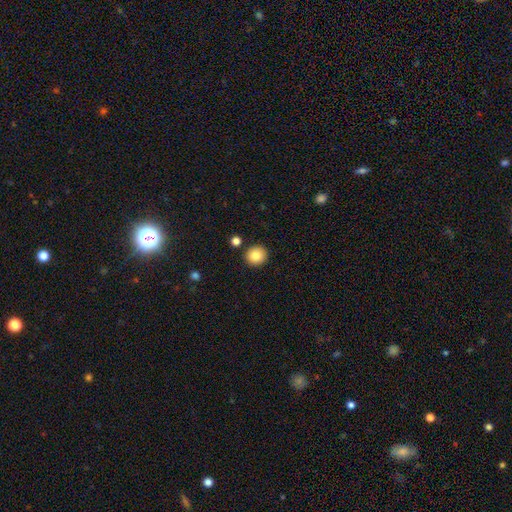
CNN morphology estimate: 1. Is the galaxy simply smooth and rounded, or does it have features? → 85% smooth, 9% star or artifact, 6% featured or disk.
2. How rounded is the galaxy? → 91% round, 9% in between, 1% cigar-shaped.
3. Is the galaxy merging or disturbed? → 89% none, 6% minor disturbance, 3% merger, 2% major disturbance.